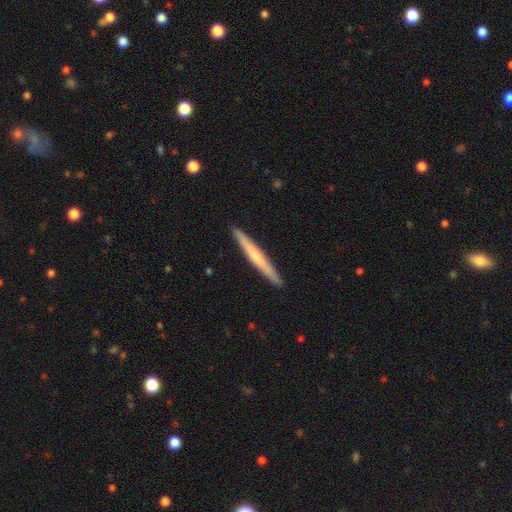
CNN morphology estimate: type=smooth (48%); merging=none (92%).